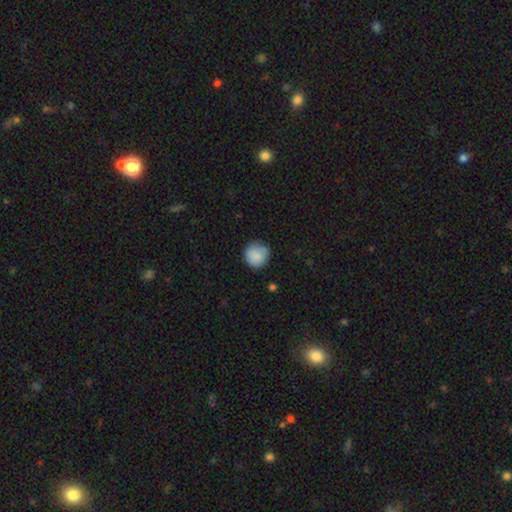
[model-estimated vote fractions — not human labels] Smooth or featured? Predicted: smooth (p=0.86). How rounded? Predicted: round (p=0.91). Merging? Predicted: none (p=0.76).